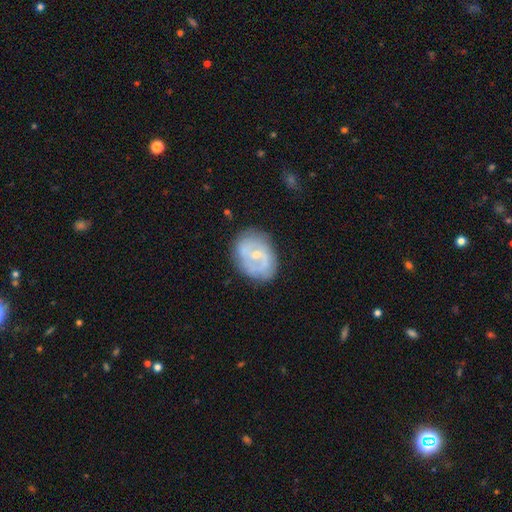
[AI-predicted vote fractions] Smooth or featured?
  - featured or disk: 69% *
  - smooth: 25%
  - star or artifact: 6%
Edge-on disk?
  - no: 96% *
  - yes: 4%
Bar?
  - no: 46% *
  - weak: 42%
  - strong: 13%
Spiral arms?
  - yes: 66% *
  - no: 34%
Bulge size?
  - small: 57% *
  - moderate: 40%
  - none: 2%
  - large: 1%
  - dominant: 1%
Merging?
  - none: 73% *
  - minor disturbance: 19%
  - major disturbance: 7%
  - merger: 2%